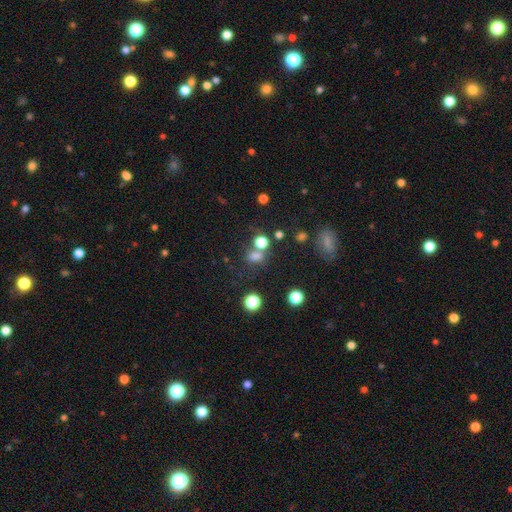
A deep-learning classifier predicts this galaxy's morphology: Smooth or featured? smooth (68%)
How rounded? round (53%)
Merging? none (54%)